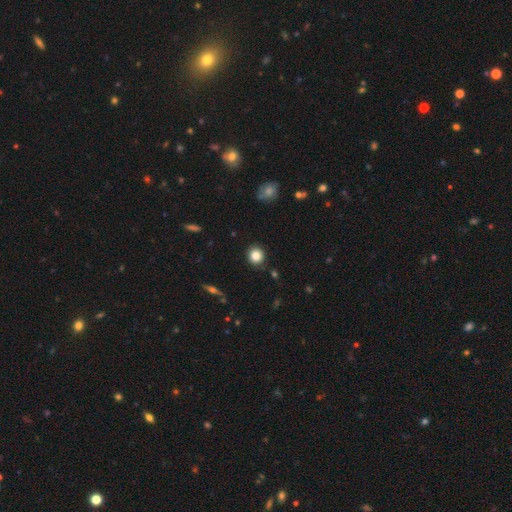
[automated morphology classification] smooth-or-featured: smooth: 84% | star or artifact: 10% | featured or disk: 6%
  how-rounded: round: 88% | in between: 11% | cigar-shaped: 1%
  merging: none: 90% | minor disturbance: 7% | major disturbance: 2% | merger: 1%